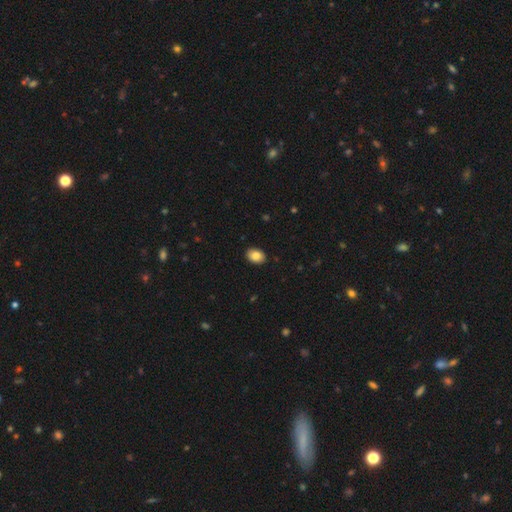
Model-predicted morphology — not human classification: smooth_or_featured: smooth (p=0.86) [alt: star or artifact p=0.08]
how_rounded: in between (p=0.75) [alt: round p=0.24]
merging: none (p=0.90) [alt: minor disturbance p=0.07]